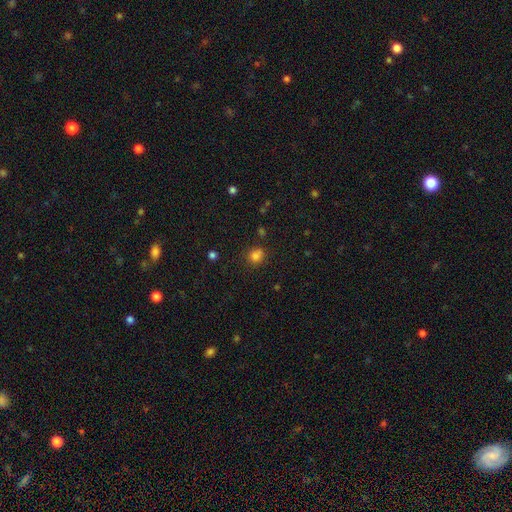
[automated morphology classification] A smooth galaxy with no disk features (81%) that is round (71%).

Vote fractions:
- Smooth or featured? smooth: 81% / star or artifact: 15% / featured or disk: 5%
- How rounded? round: 71% / in between: 28% / cigar-shaped: 1%
- Merging? none: 76% / minor disturbance: 15% / major disturbance: 5% / merger: 4%